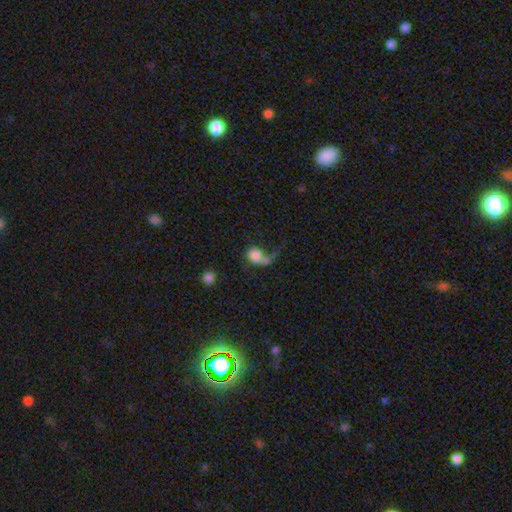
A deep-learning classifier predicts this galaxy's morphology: Smooth or featured? Predicted: smooth (p=0.70). How rounded? Predicted: round (p=0.57). Merging? Predicted: major disturbance (p=0.39).